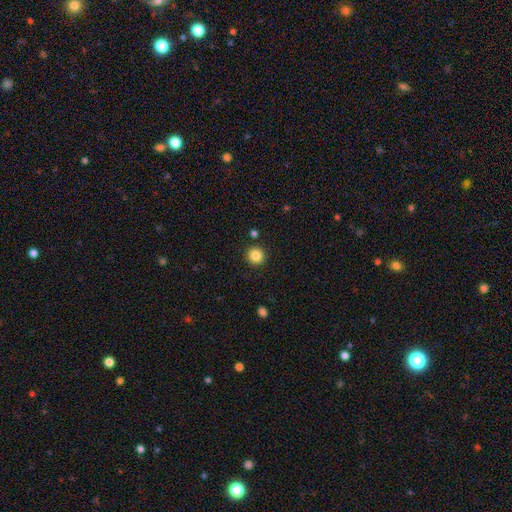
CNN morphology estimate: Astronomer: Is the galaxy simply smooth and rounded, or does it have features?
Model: smooth — 85%.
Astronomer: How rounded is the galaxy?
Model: round — 94%.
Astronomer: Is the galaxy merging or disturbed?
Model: none — 90%.